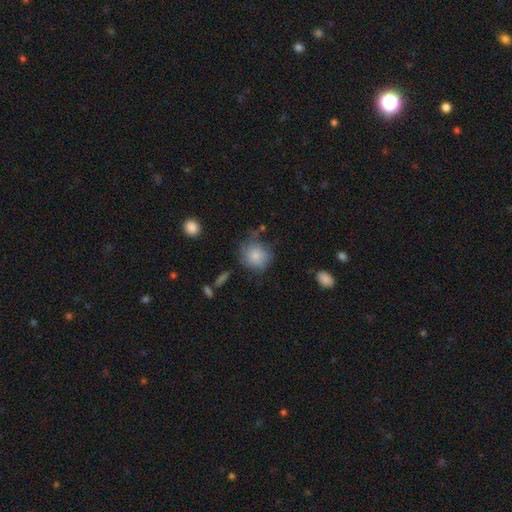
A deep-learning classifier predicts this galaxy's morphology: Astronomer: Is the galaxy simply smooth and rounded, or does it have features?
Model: smooth — 78%.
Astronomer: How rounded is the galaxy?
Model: round — 83%.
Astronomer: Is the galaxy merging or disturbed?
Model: none — 56%.